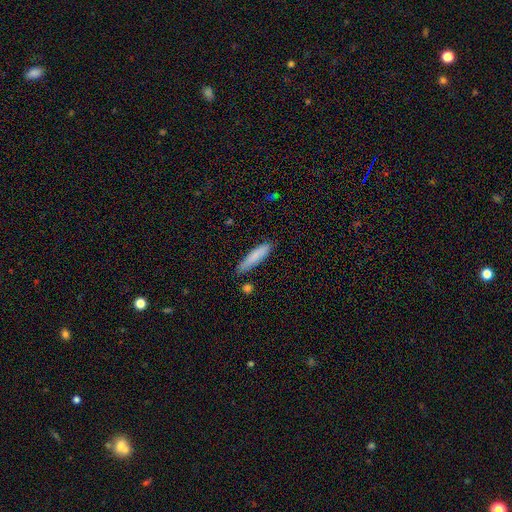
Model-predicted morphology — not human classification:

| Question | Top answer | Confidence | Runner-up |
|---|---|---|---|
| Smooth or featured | smooth | 81% | featured or disk (13%) |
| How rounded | cigar-shaped | 82% | in between (16%) |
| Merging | none | 79% | minor disturbance (15%) |